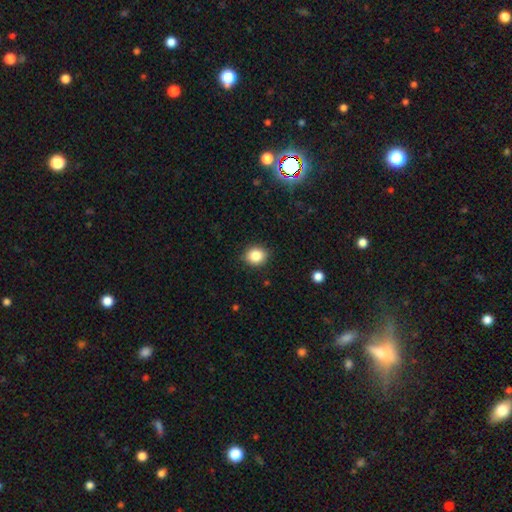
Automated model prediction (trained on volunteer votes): This is clearly a smooth galaxy (86%). How rounded: likely round (72%). Merging: clearly none (87%).